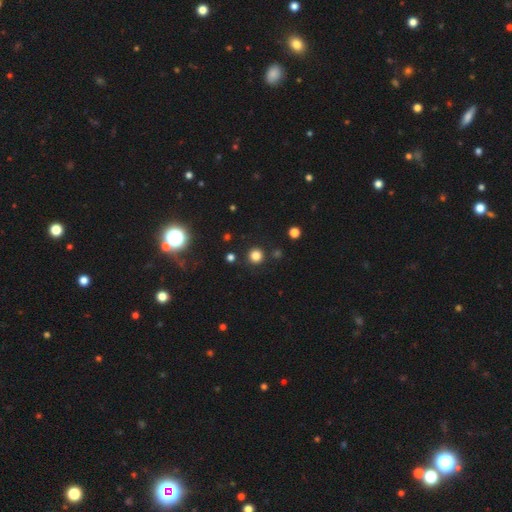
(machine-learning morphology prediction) Smooth or featured? smooth (81%)
How rounded? round (95%)
Merging? none (89%)